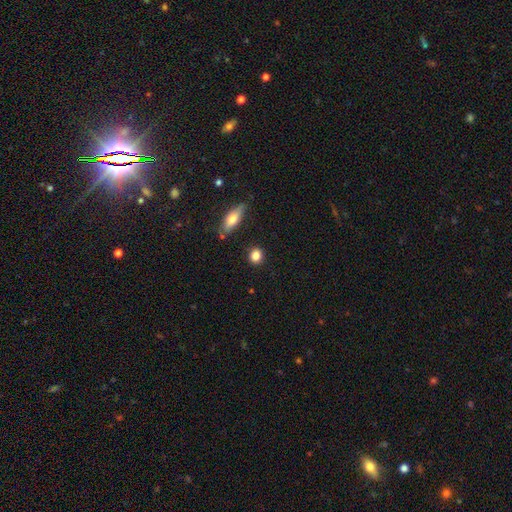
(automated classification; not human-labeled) Smooth or featured: smooth — 84% (star or artifact — 9%)
How rounded: round — 78% (in between — 19%)
Merging: none — 87% (minor disturbance — 8%)